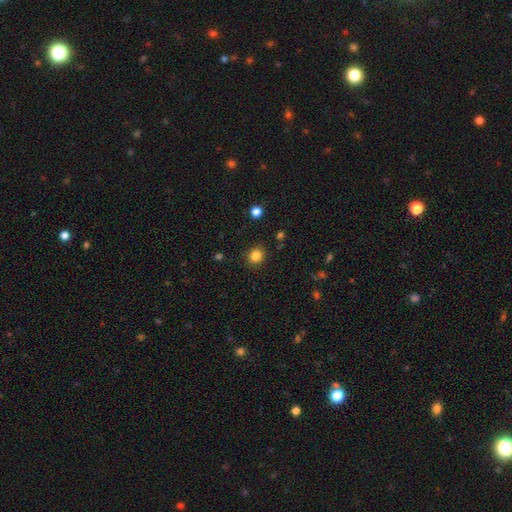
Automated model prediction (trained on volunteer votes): smooth-or-featured: smooth: 83% | star or artifact: 12% | featured or disk: 5%
  how-rounded: round: 86% | in between: 13% | cigar-shaped: 1%
  merging: none: 89% | minor disturbance: 7% | major disturbance: 2% | merger: 1%